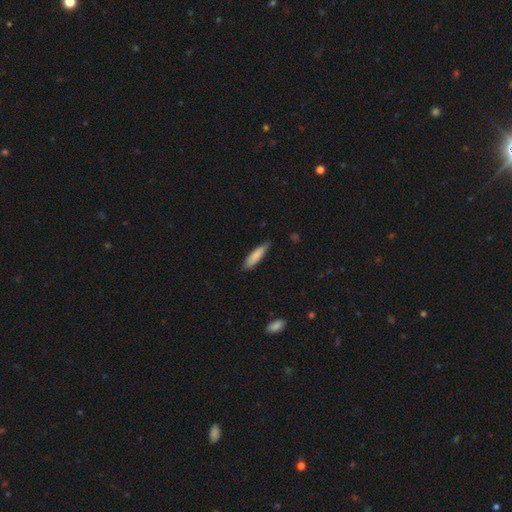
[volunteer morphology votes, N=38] Overall: smooth (84%). How rounded: cigar-shaped (72%). Merging: none (82%).